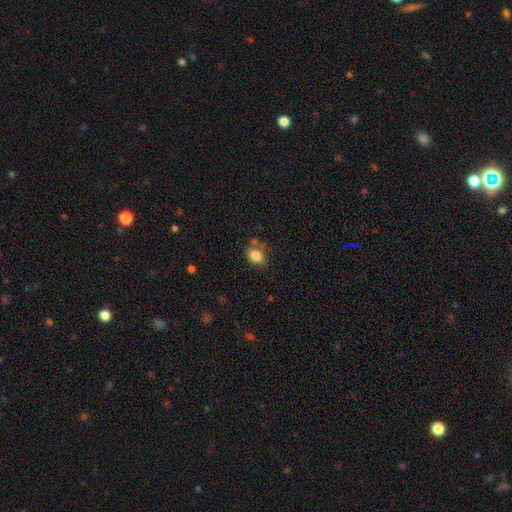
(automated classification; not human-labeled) Smooth or featured?
  - smooth: 84% *
  - star or artifact: 9%
  - featured or disk: 7%
How rounded?
  - in between: 70% *
  - round: 29%
  - cigar-shaped: 1%
Merging?
  - none: 69% *
  - minor disturbance: 17%
  - merger: 9%
  - major disturbance: 4%